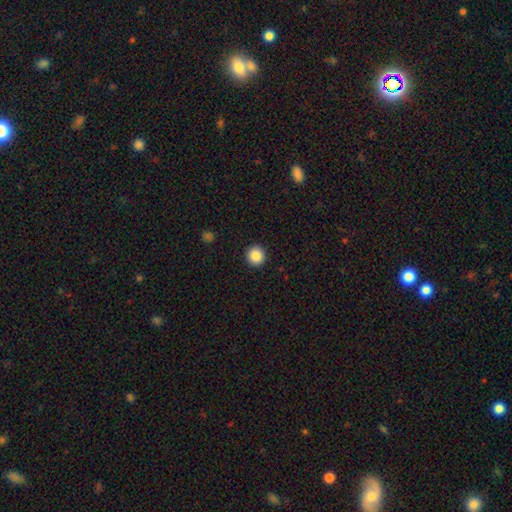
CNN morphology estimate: smooth_or_featured: smooth (p=0.87) [alt: star or artifact p=0.09]
how_rounded: round (p=0.94) [alt: in between p=0.05]
merging: none (p=0.93) [alt: minor disturbance p=0.04]